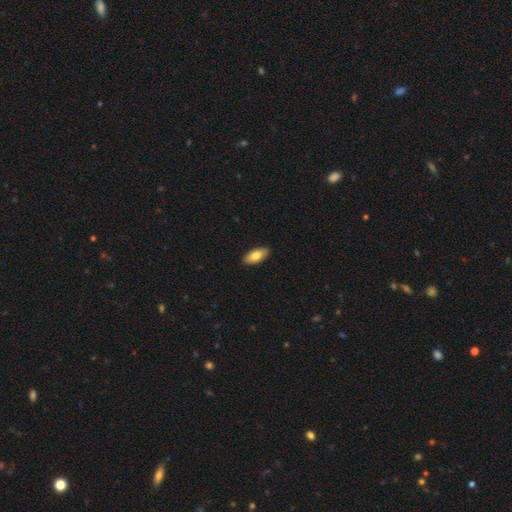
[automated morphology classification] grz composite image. It shows a smooth galaxy with no disk features (79%) that is in between round and cigar-shaped (90%). Merging: none (89%).